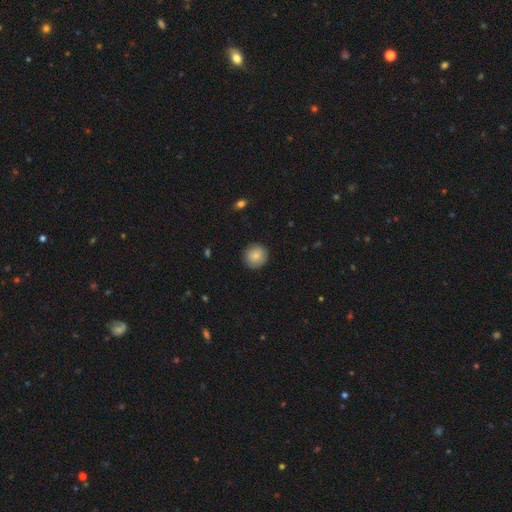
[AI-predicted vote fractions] Smooth or featured? Predicted: smooth (p=0.84). How rounded? Predicted: round (p=0.93). Merging? Predicted: none (p=0.90).